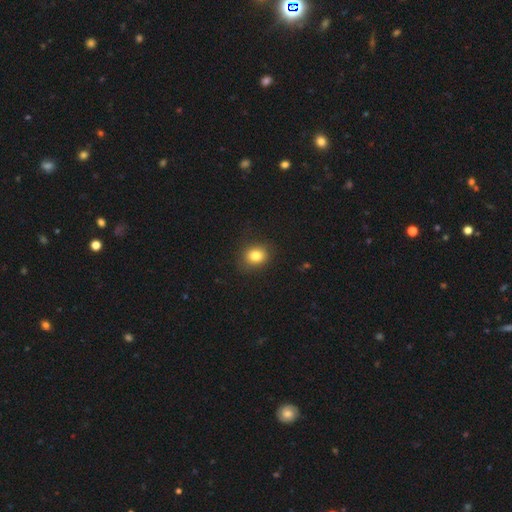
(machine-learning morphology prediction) This appears to be a smooth galaxy with no disk features (82%) that is round (61%). Merging: none (84%).